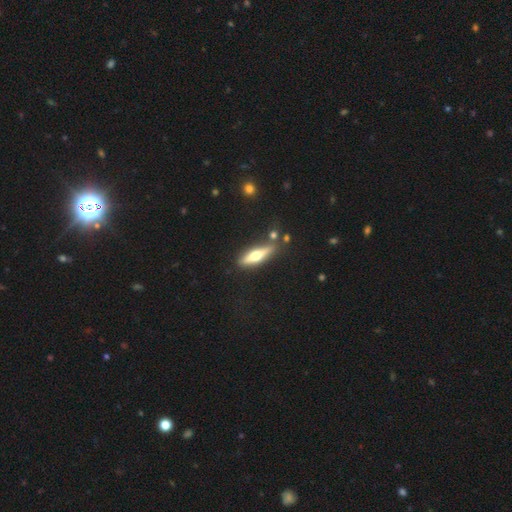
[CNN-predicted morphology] A featured or disk galaxy (54%) viewed edge-on (92%). Merging: none (80%).